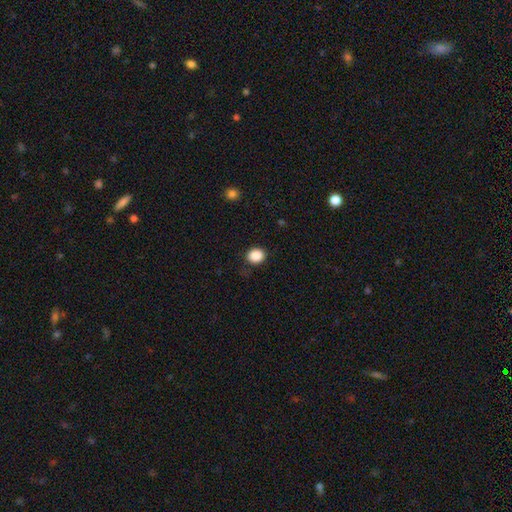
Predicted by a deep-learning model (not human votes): smooth 87%, star or artifact 10%, featured or disk 3%. Down the decision tree: how rounded — round (72%); merging — none (86%).